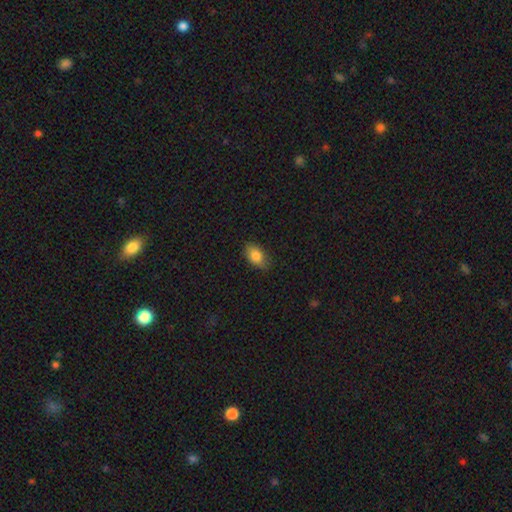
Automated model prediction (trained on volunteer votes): The model was most divided on "merging": none: 83%, minor disturbance: 13%, major disturbance: 3%, merger: 1%. More confident: how rounded — in between (89%); smooth or featured — smooth (83%).